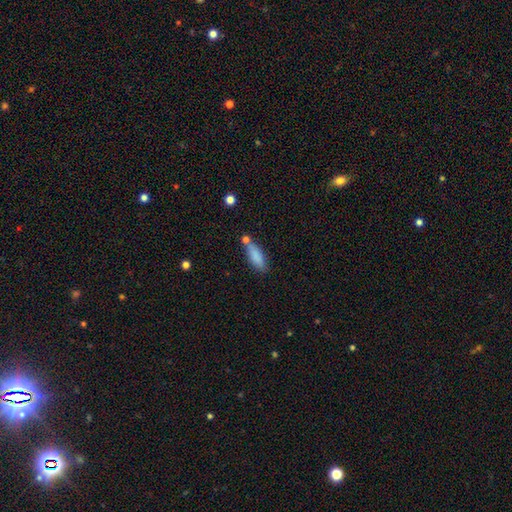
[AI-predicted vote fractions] smooth-or-featured: smooth: 84% | featured or disk: 9% | star or artifact: 7%
  how-rounded: in between: 61% | cigar-shaped: 37% | round: 2%
  merging: none: 64% | minor disturbance: 18% | merger: 13% | major disturbance: 5%